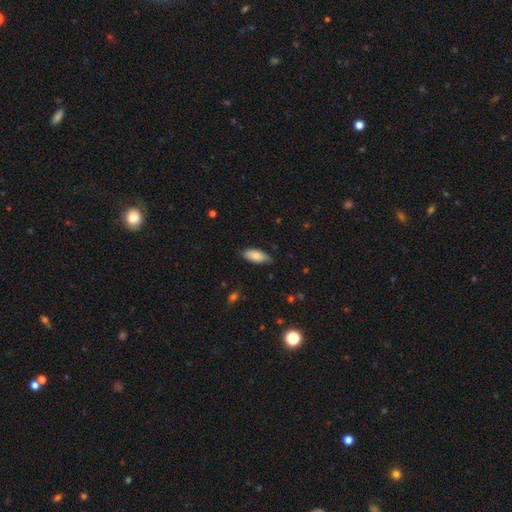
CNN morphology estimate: smooth 84%, featured or disk 10%, star or artifact 6%. Down the decision tree: how rounded — in between (86%); merging — none (74%).